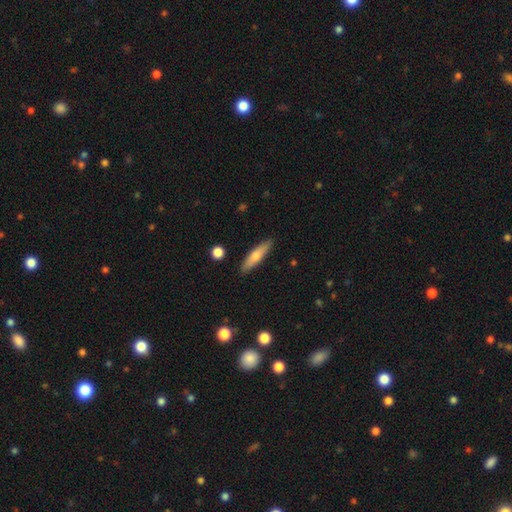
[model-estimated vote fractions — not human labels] Morphology: type=smooth (65%); roundness=cigar-shaped (74%); merging=none (88%).